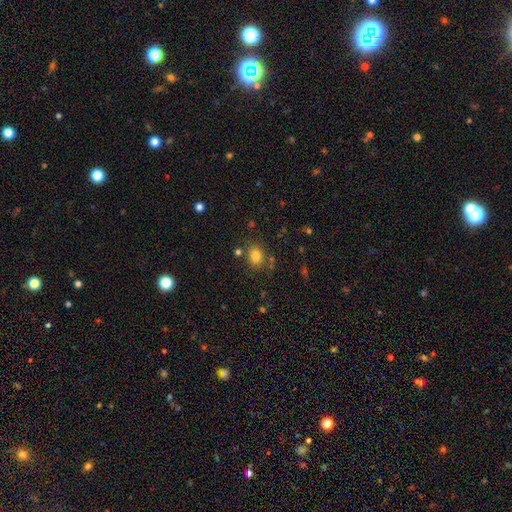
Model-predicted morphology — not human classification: Q: Smooth or featured?
A: smooth (80%); runner-up: star or artifact (13%)
Q: How rounded?
A: round (58%); runner-up: in between (41%)
Q: Merging?
A: none (76%); runner-up: minor disturbance (12%)